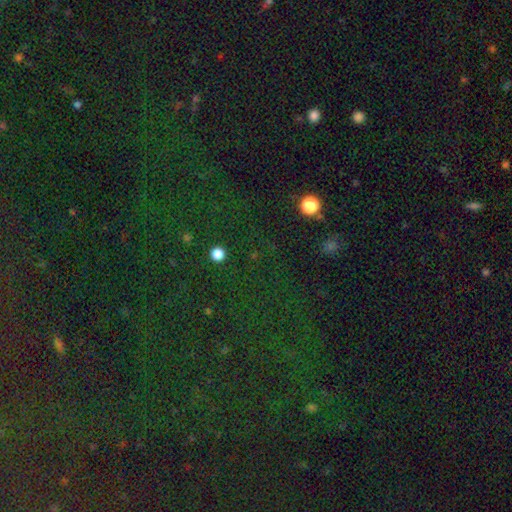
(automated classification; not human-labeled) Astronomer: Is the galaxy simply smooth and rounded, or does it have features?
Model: star or artifact — 77%.